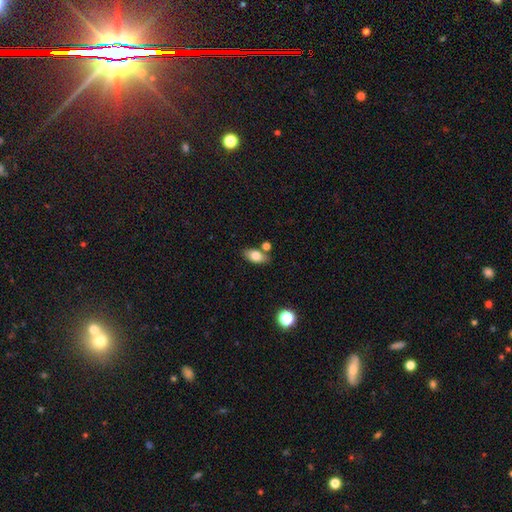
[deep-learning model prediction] A smooth galaxy with no disk features (78%) that is in between round and cigar-shaped (88%).

Vote fractions:
- Smooth or featured? smooth: 78% / featured or disk: 13% / star or artifact: 8%
- How rounded? in between: 88% / round: 7% / cigar-shaped: 5%
- Merging? none: 73% / minor disturbance: 13% / merger: 11% / major disturbance: 3%